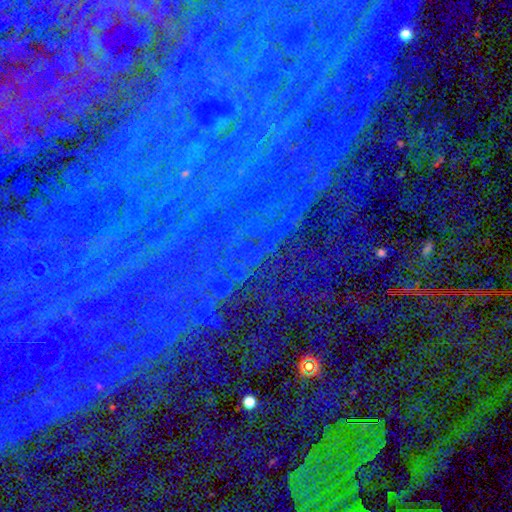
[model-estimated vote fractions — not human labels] Overall: star or artifact (86%).